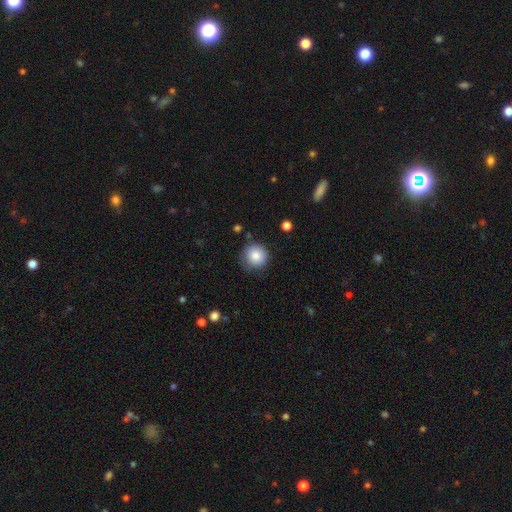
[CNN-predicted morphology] This is clearly a smooth galaxy (84%). How rounded: clearly round (94%). Merging: likely none (80%).